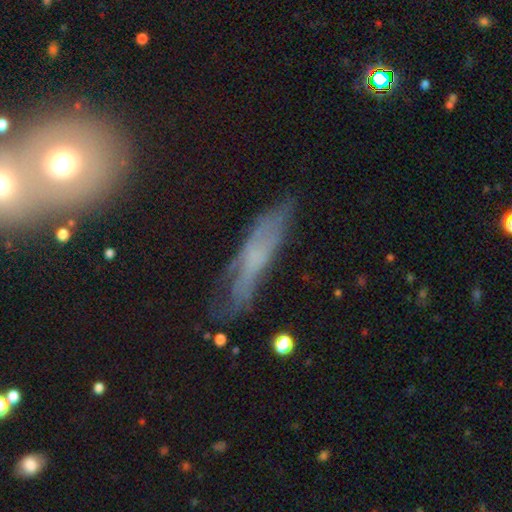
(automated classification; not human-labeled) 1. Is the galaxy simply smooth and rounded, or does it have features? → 44% smooth, 43% featured or disk, 12% star or artifact.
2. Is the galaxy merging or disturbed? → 57% none, 27% minor disturbance, 13% major disturbance, 4% merger.